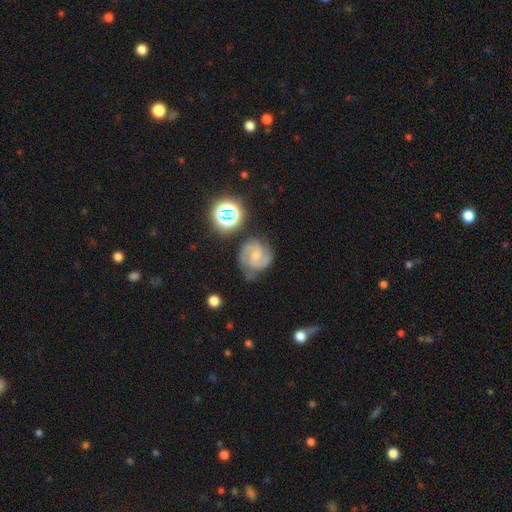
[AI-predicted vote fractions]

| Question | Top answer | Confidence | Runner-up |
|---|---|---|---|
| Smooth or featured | featured or disk | 78% | smooth (13%) |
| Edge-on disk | no | 98% | yes (2%) |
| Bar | no | 51% | weak (41%) |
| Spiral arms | yes | 96% | no (4%) |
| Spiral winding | medium | 47% | tight (44%) |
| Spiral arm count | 2 | 76% | 3 (10%) |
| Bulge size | small | 56% | moderate (32%) |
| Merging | none | 66% | minor disturbance (21%) |